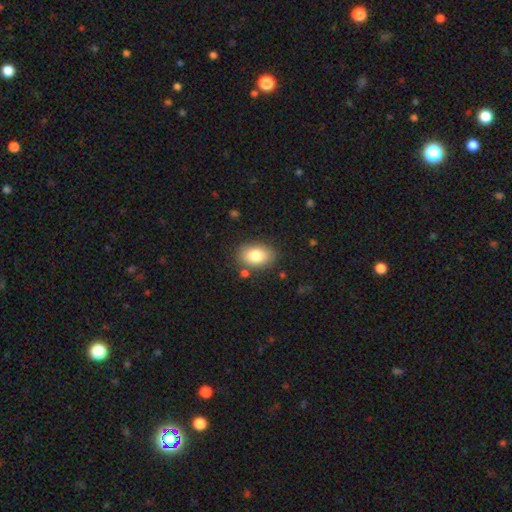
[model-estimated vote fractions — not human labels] A smooth galaxy with no disk features (82%) that is in between round and cigar-shaped (84%).

Vote fractions:
- Smooth or featured? smooth: 82% / featured or disk: 10% / star or artifact: 8%
- How rounded? in between: 84% / round: 15% / cigar-shaped: 1%
- Merging? none: 82% / minor disturbance: 11% / merger: 3% / major disturbance: 3%